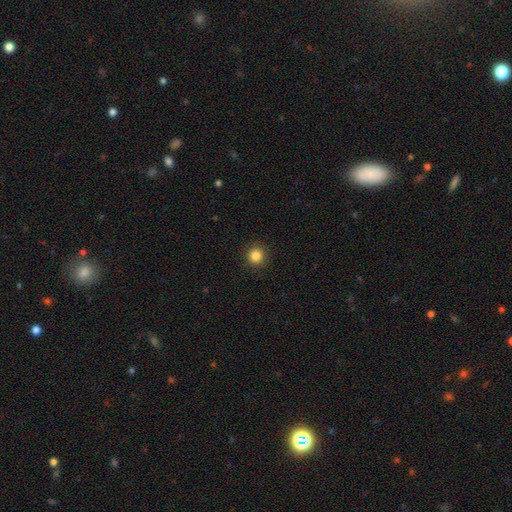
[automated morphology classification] Smooth or featured?
  - smooth: 84% *
  - star or artifact: 12%
  - featured or disk: 4%
How rounded?
  - round: 93% *
  - in between: 6%
  - cigar-shaped: 1%
Merging?
  - none: 92% *
  - minor disturbance: 5%
  - major disturbance: 2%
  - merger: 1%